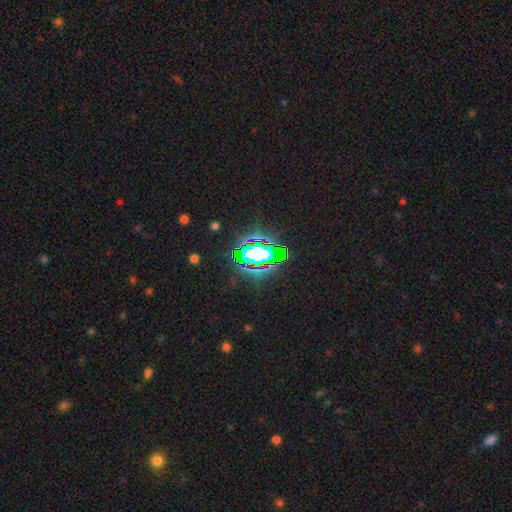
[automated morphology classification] Overall: star or artifact (69%).